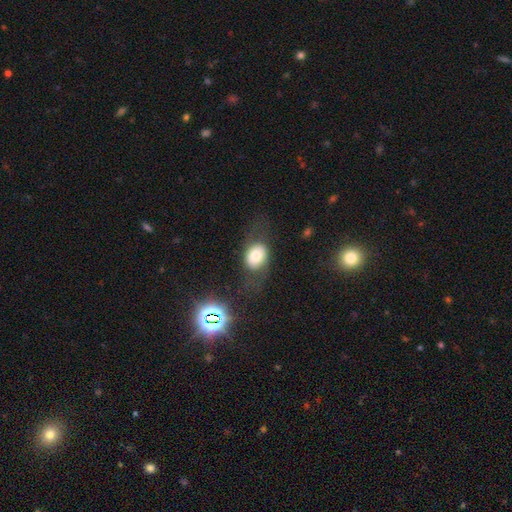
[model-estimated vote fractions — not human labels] smooth 64%, featured or disk 24%, star or artifact 12%. Down the decision tree: how rounded — in between (58%); merging — none (65%).